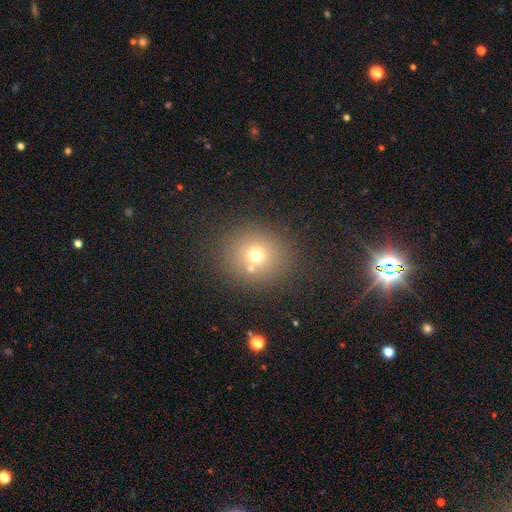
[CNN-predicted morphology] This is likely a smooth galaxy (67%). How rounded: clearly round (82%). Merging: likely none (77%).